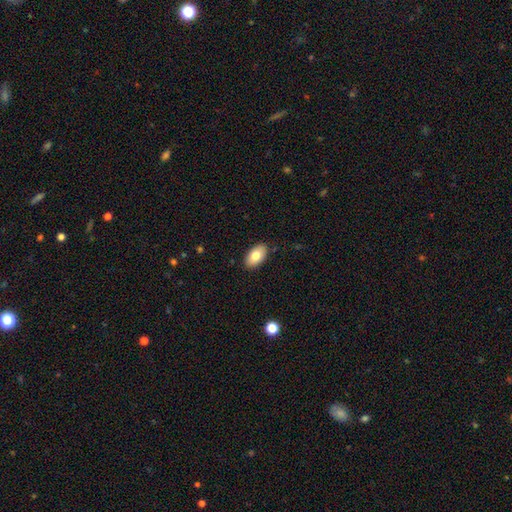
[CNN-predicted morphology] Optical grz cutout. It shows a smooth galaxy with no disk features (80%) that is in between round and cigar-shaped (94%). Merging: none (88%).